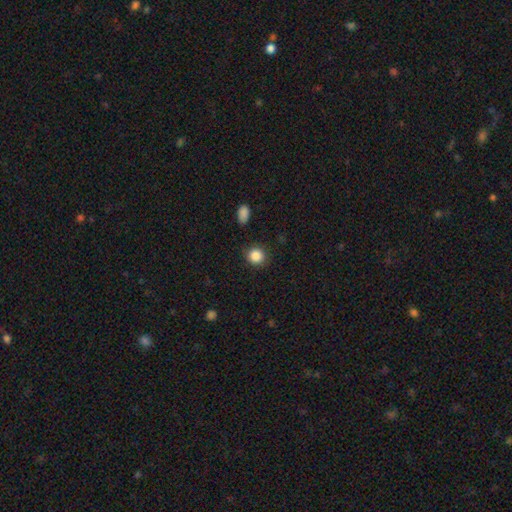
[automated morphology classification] Smooth or featured? Predicted: smooth (p=0.87). How rounded? Predicted: round (p=0.88). Merging? Predicted: none (p=0.88).